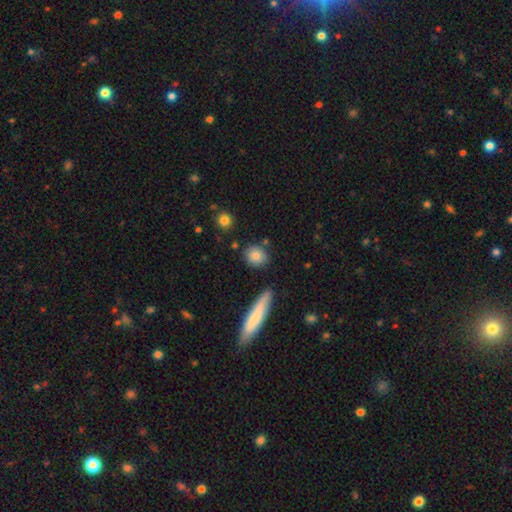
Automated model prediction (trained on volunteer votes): Morphology: type=smooth (84%); roundness=round (63%); merging=none (82%).